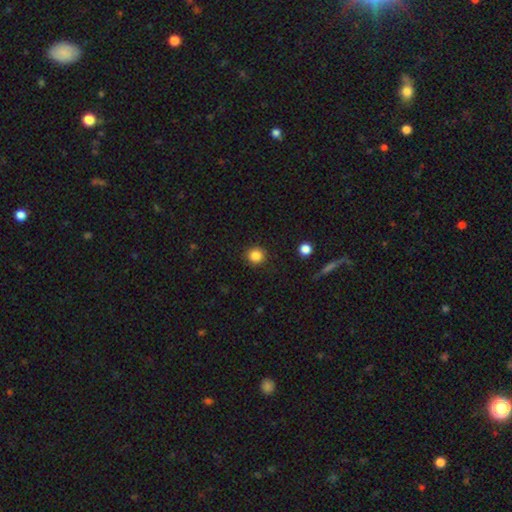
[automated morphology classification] Smooth or featured? Predicted: smooth (p=0.85). How rounded? Predicted: round (p=0.93). Merging? Predicted: none (p=0.91).